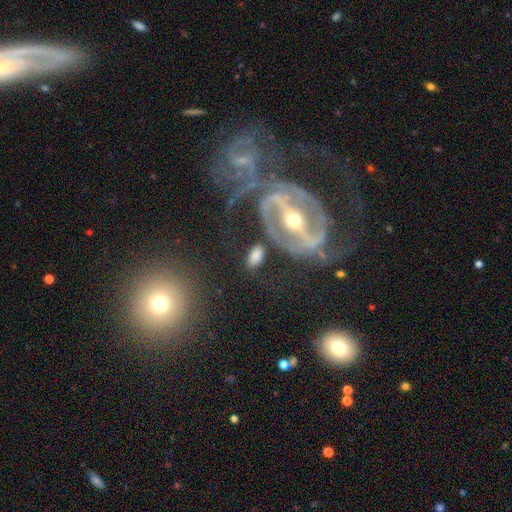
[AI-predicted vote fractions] Overall: smooth (56%; featured or disk 34%). How rounded: in between (86%). Merging: none (72%).